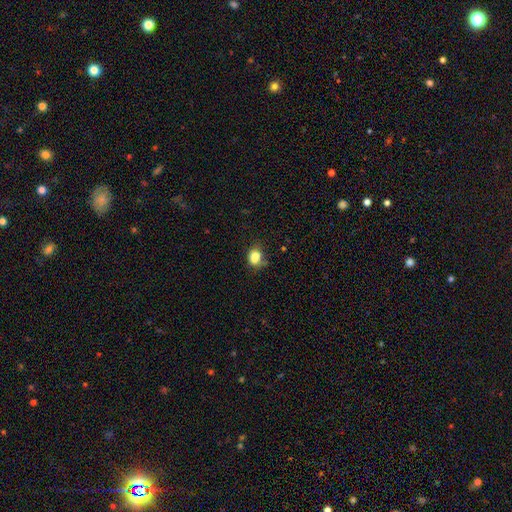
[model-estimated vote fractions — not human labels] Smooth or featured? smooth (83%)
How rounded? in between (60%)
Merging? none (53%)